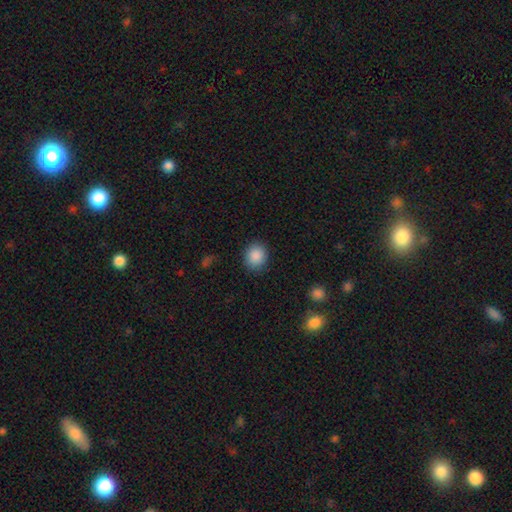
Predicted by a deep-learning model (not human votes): This appears to be a smooth galaxy with no disk features (89%) that is round (74%). Merging: none (87%).